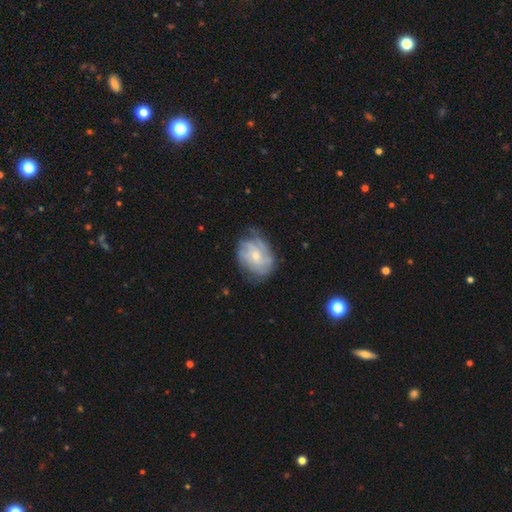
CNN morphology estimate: Smooth or featured?
  - featured or disk: 64% *
  - smooth: 29%
  - star or artifact: 7%
Edge-on disk?
  - no: 97% *
  - yes: 3%
Bar?
  - no: 73% *
  - weak: 24%
  - strong: 3%
Spiral arms?
  - yes: 82% *
  - no: 18%
Spiral winding?
  - tight: 50% *
  - medium: 34%
  - loose: 15%
Spiral arm count?
  - can't tell: 49% *
  - 2: 15%
  - 3: 15%
  - 4: 11%
  - 1: 5%
  - more than 4: 5%
Bulge size?
  - small: 56% *
  - moderate: 38%
  - none: 3%
  - large: 2%
  - dominant: 1%
Merging?
  - none: 61% *
  - minor disturbance: 26%
  - major disturbance: 11%
  - merger: 2%